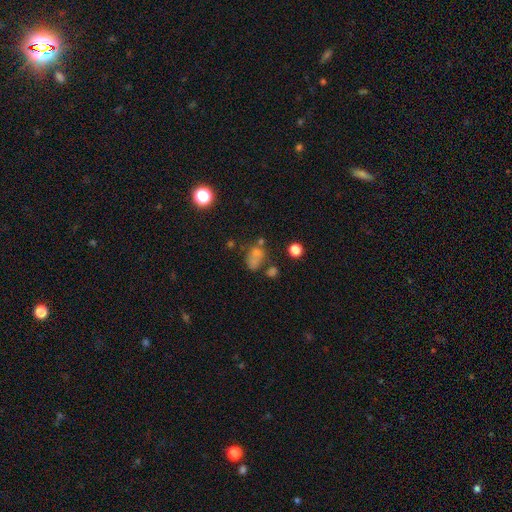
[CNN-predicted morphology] smooth 65%, star or artifact 18%, featured or disk 17%. Down the decision tree: how rounded — in between (69%); merging — none (38%).